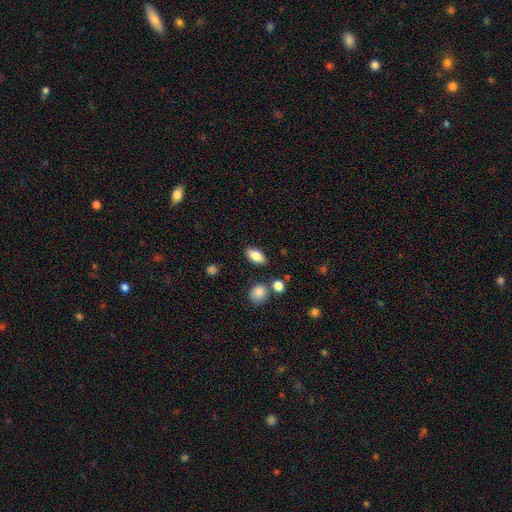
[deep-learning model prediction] Morphology: type=smooth (83%); roundness=in between (89%); merging=none (84%).